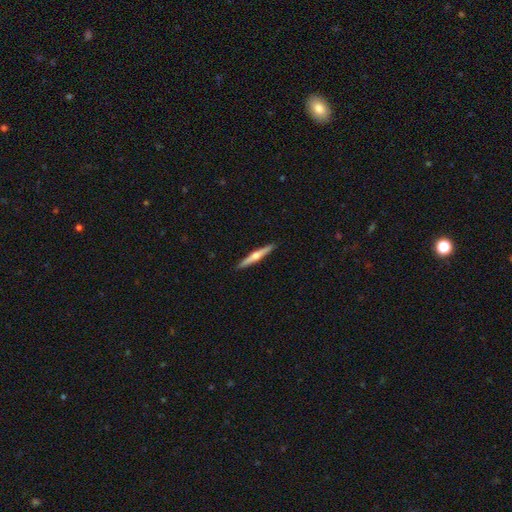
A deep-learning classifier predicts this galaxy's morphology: This is possibly a featured or disk galaxy (60%). It is clearly viewed edge-on (97%). Edge-on bulge: clearly rounded (89%). Merging: clearly none (92%).